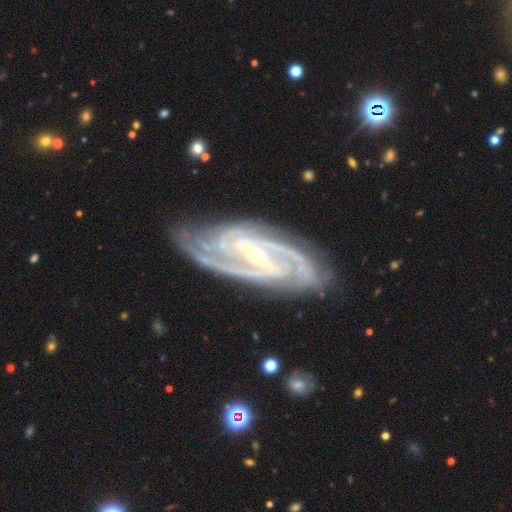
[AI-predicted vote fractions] This is clearly a featured or disk galaxy (93%). It is clearly not viewed edge-on (95%). Bar: possibly strong (50%). Spiral arm pattern: clearly yes (98%). Spiral arm count: marginally 2 (41%). Spiral winding: possibly tight (55%). Central bulge: likely small (69%). Merging: likely none (78%).